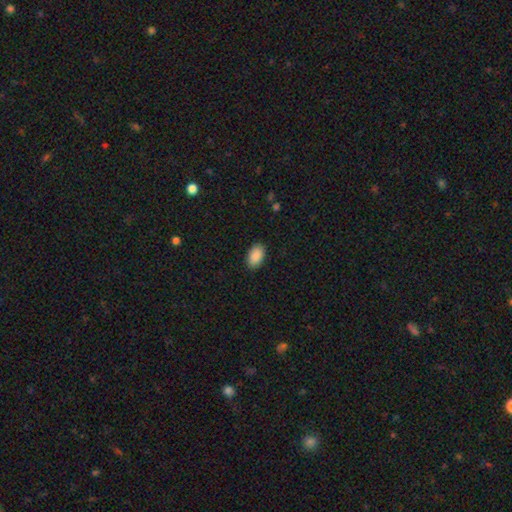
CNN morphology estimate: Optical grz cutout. It shows a smooth galaxy with no disk features (90%) that is in between round and cigar-shaped (93%). Merging: none (89%).